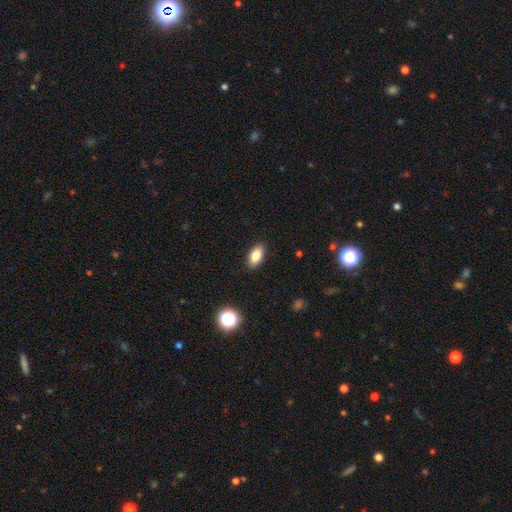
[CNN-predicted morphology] Smooth or featured? Predicted: smooth (p=0.84). How rounded? Predicted: in between (p=0.90). Merging? Predicted: none (p=0.88).